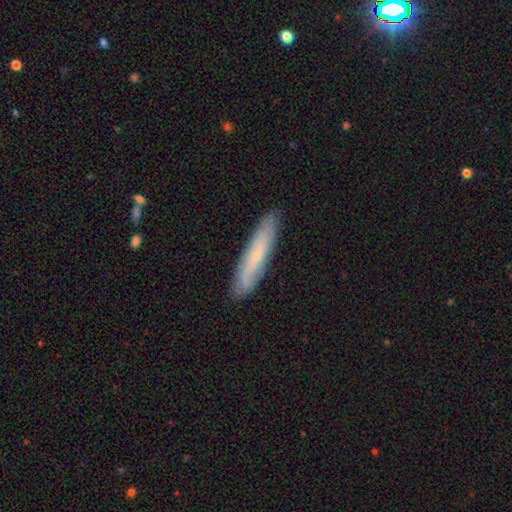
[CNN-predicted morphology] Smooth or featured?
  - smooth: 53% *
  - featured or disk: 40%
  - star or artifact: 7%
How rounded?
  - cigar-shaped: 88% *
  - in between: 10%
  - round: 1%
Merging?
  - none: 86% *
  - minor disturbance: 11%
  - major disturbance: 2%
  - merger: 1%